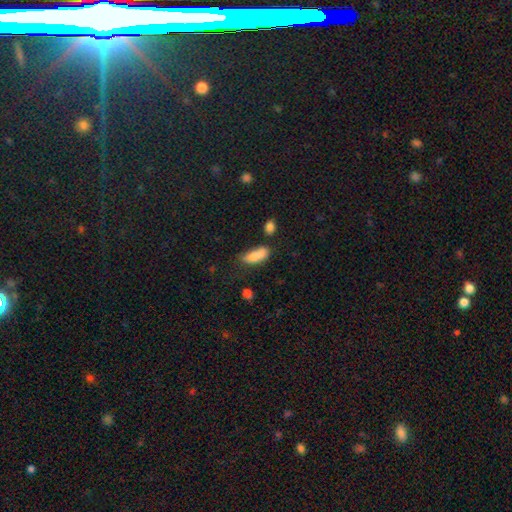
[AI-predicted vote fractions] Smooth or featured? smooth (81%)
How rounded? in between (76%)
Merging? none (42%)